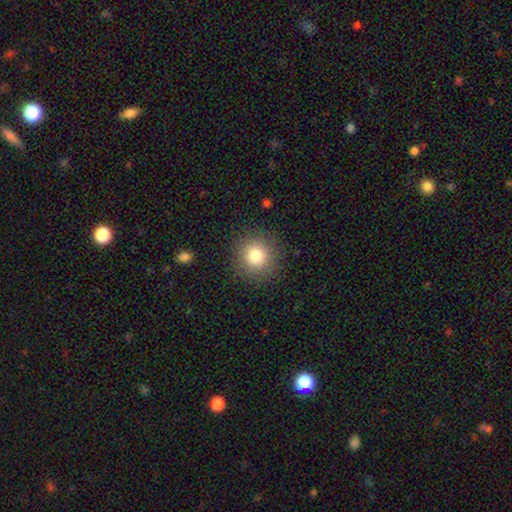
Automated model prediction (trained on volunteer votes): A smooth galaxy with no disk features (81%) that is round (92%).

Vote fractions:
- Smooth or featured? smooth: 81% / star or artifact: 12% / featured or disk: 8%
- How rounded? round: 92% / in between: 7% / cigar-shaped: 1%
- Merging? none: 89% / minor disturbance: 7% / major disturbance: 3% / merger: 1%